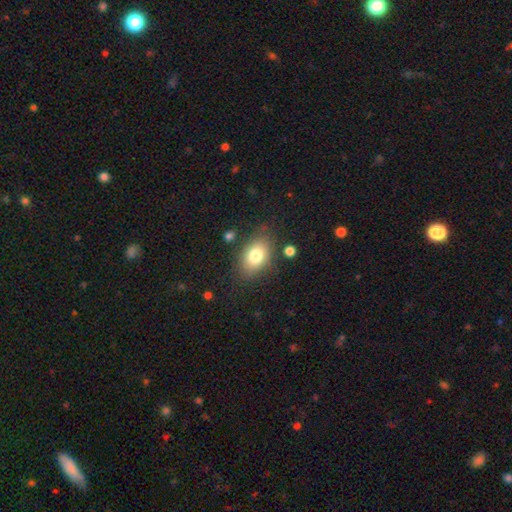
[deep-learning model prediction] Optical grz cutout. It shows a smooth galaxy with no disk features (78%) that is in between round and cigar-shaped (83%). Merging: none (78%).